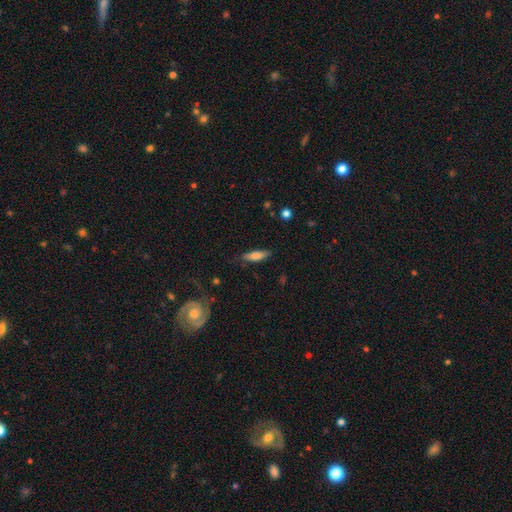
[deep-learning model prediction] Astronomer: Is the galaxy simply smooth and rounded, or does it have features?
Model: smooth — 70%.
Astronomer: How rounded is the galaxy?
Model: cigar-shaped — 56% (runner-up: in between, 42%).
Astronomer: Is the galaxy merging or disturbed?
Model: none — 79%.